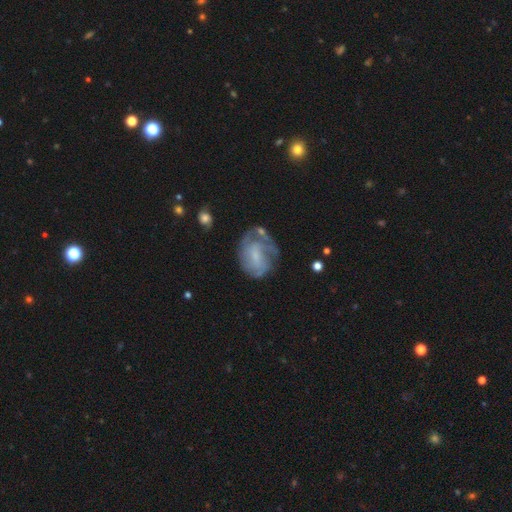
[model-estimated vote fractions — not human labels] Smooth or featured? Predicted: featured or disk (p=0.61). Edge-on disk? Predicted: no (p=0.97). Bar? Predicted: no (p=0.48). Spiral arms? Predicted: yes (p=0.70). Bulge size? Predicted: small (p=0.44). Merging? Predicted: none (p=0.47).